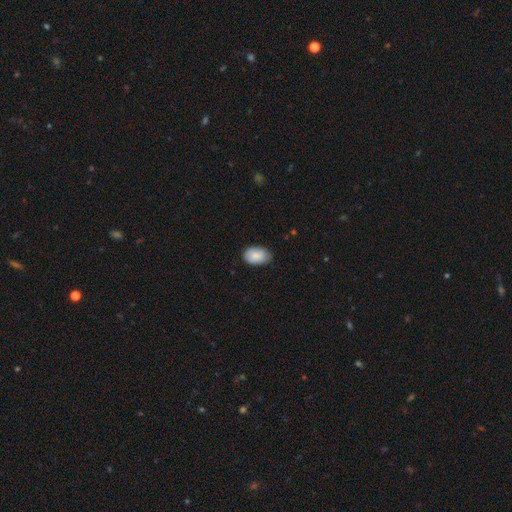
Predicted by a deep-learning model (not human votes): This is clearly a smooth galaxy (85%). How rounded: clearly in between (90%). Merging: likely none (74%).